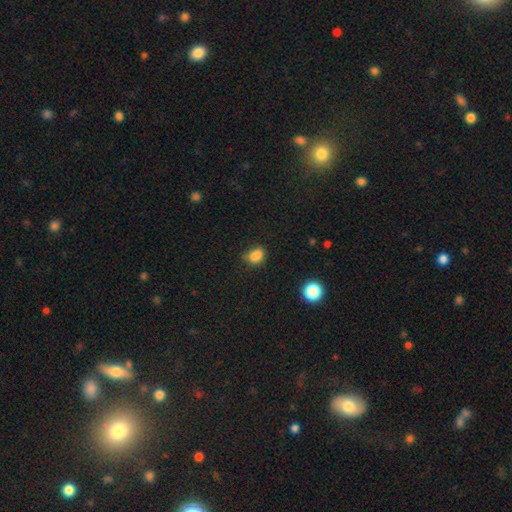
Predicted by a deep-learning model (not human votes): smooth-or-featured: smooth: 80% | star or artifact: 13% | featured or disk: 8%
  how-rounded: in between: 61% | round: 37% | cigar-shaped: 2%
  merging: none: 52% | minor disturbance: 26% | merger: 14% | major disturbance: 8%